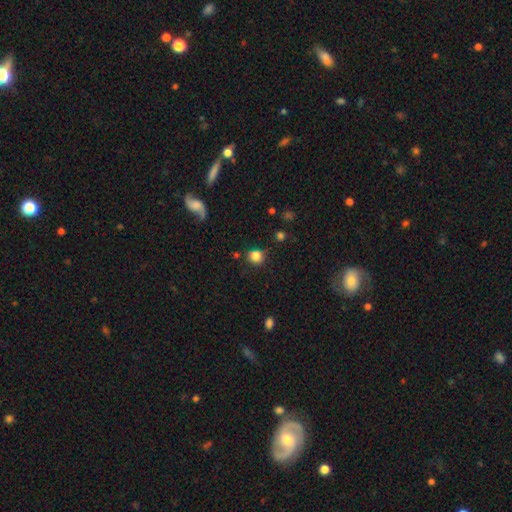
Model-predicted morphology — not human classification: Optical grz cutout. It shows a smooth galaxy with no disk features (82%) that is round (83%). Merging: none (77%).